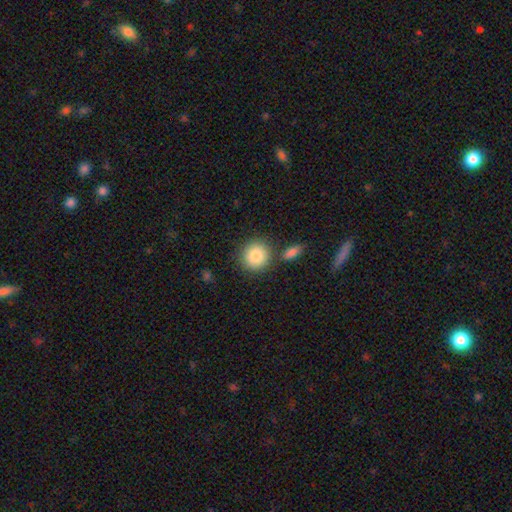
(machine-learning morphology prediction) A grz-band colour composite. It shows a smooth galaxy with no disk features (86%) that is round (90%). Merging: none (77%).